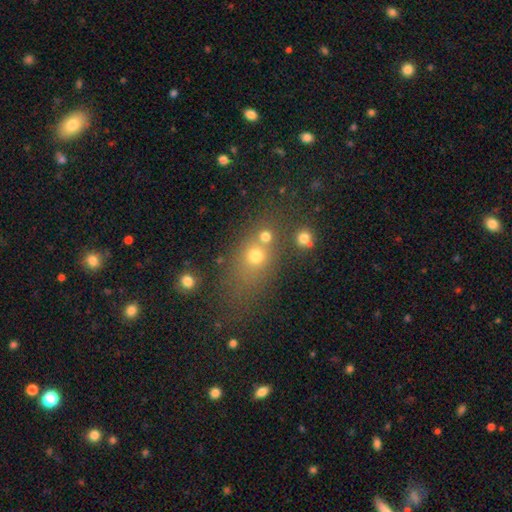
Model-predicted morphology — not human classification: smooth_or_featured: smooth (p=0.63) [alt: star or artifact p=0.22]
how_rounded: round (p=0.53) [alt: in between p=0.40]
merging: none (p=0.52) [alt: merger p=0.29]